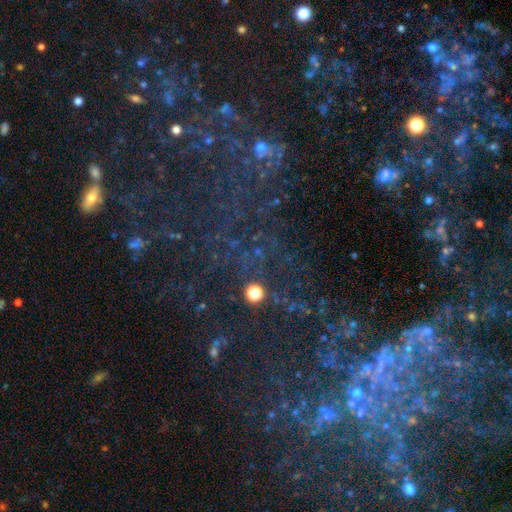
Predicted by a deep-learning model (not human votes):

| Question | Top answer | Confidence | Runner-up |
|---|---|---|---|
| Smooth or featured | star or artifact | 66% | featured or disk (19%) |